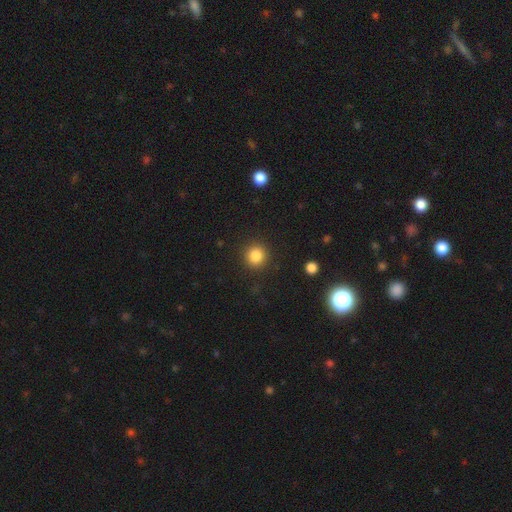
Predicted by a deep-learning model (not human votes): smooth-or-featured: smooth: 85% | star or artifact: 11% | featured or disk: 4%
  how-rounded: round: 93% | in between: 6% | cigar-shaped: 1%
  merging: none: 91% | minor disturbance: 6% | major disturbance: 2% | merger: 1%